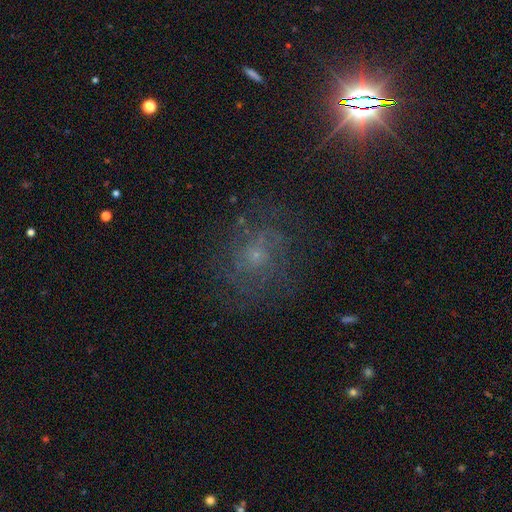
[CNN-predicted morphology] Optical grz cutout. It shows a featured or disk galaxy (52%). Merging: none (69%).